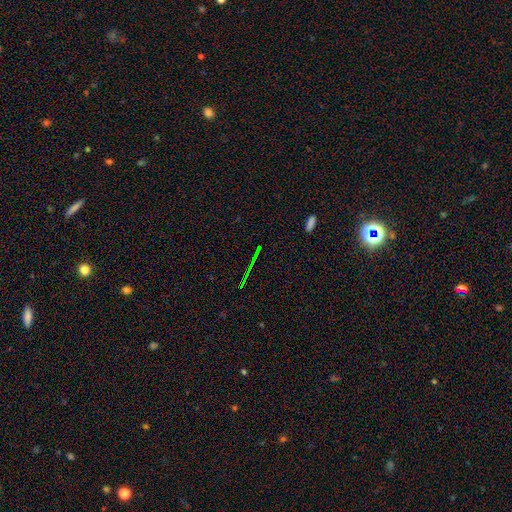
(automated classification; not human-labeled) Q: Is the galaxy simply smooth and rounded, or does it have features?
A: star or artifact — 72%.